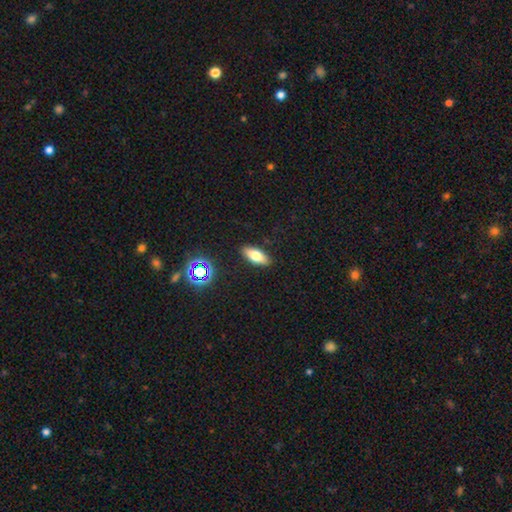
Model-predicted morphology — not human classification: smooth_or_featured: smooth (p=0.70) [alt: featured or disk p=0.20]
how_rounded: in between (p=0.79) [alt: cigar-shaped p=0.17]
merging: none (p=0.88) [alt: minor disturbance p=0.08]